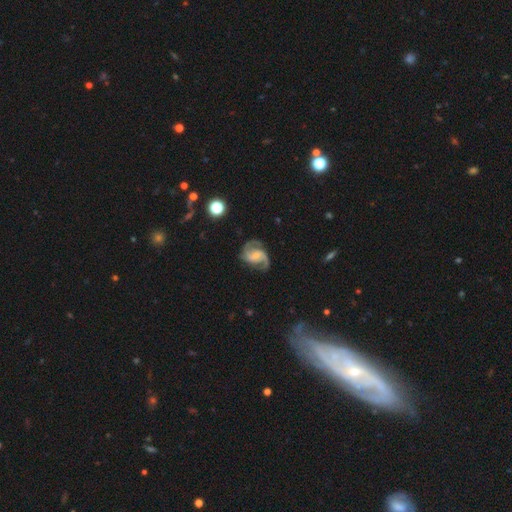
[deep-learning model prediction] Smooth or featured: featured or disk — 89% (smooth — 6%)
Edge-on disk: no — 98% (yes — 2%)
Bar: weak — 46% (no — 38%)
Spiral arms: yes — 98% (no — 2%)
Spiral winding: medium — 57% (loose — 25%)
Spiral arm count: 2 — 88% (3 — 5%)
Bulge size: small — 60% (moderate — 27%)
Merging: none — 72% (minor disturbance — 17%)